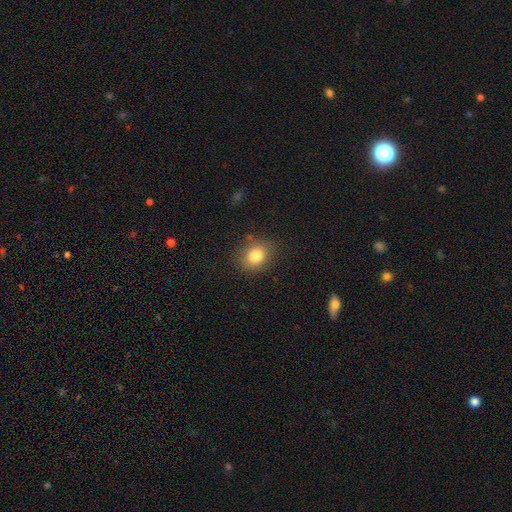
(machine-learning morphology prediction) Smooth or featured? smooth (81%)
How rounded? round (60%)
Merging? none (82%)